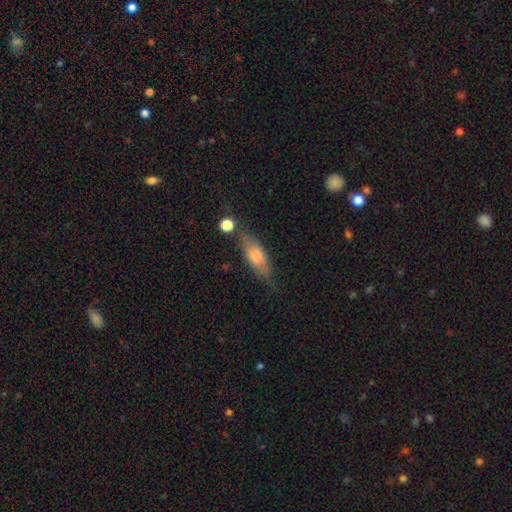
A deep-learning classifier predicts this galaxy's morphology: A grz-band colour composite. It shows a smooth galaxy with no disk features (57%) that is in between round and cigar-shaped (53%). Merging: none (66%).